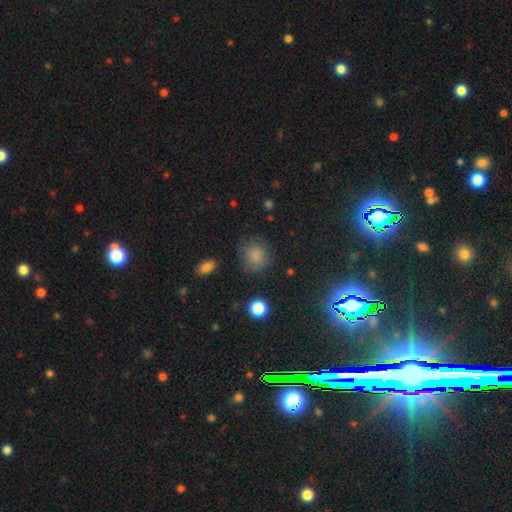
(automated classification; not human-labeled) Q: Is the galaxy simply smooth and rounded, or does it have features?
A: smooth — 79%.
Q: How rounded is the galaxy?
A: round — 83%.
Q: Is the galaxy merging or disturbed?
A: none — 73%.